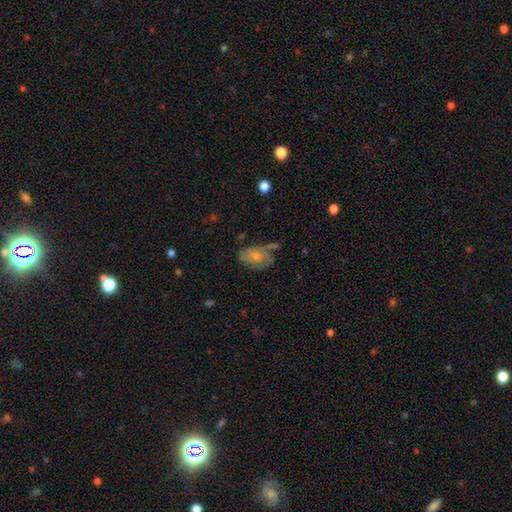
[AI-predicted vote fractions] Smooth or featured? smooth (59%)
How rounded? in between (86%)
Merging? none (46%)